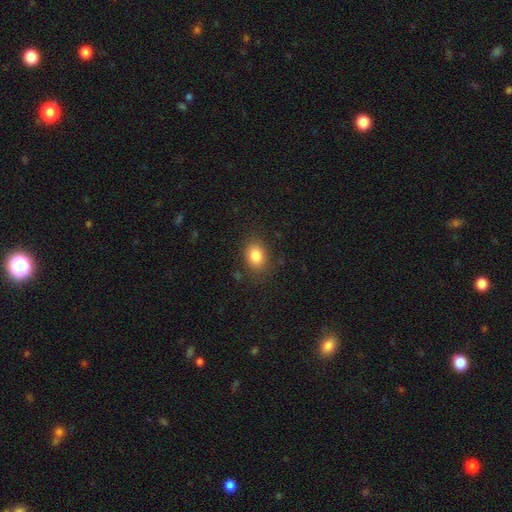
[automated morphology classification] type=smooth (84%); roundness=in between (70%); merging=none (84%).